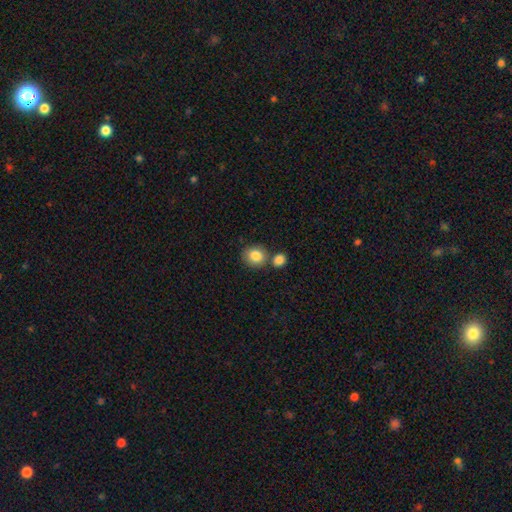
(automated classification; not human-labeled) smooth-or-featured: smooth: 85% | star or artifact: 8% | featured or disk: 6%
  how-rounded: round: 78% | in between: 21% | cigar-shaped: 1%
  merging: none: 63% | merger: 24% | minor disturbance: 10% | major disturbance: 3%